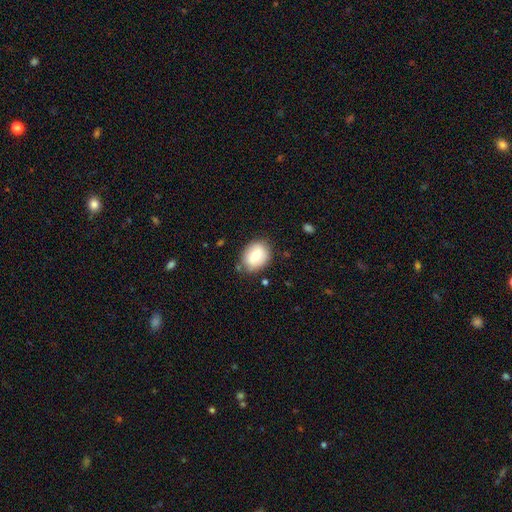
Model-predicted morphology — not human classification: Smooth or featured?
  - smooth: 76% *
  - featured or disk: 16%
  - star or artifact: 7%
How rounded?
  - in between: 68% *
  - round: 30%
  - cigar-shaped: 1%
Merging?
  - none: 79% *
  - minor disturbance: 15%
  - major disturbance: 4%
  - merger: 2%